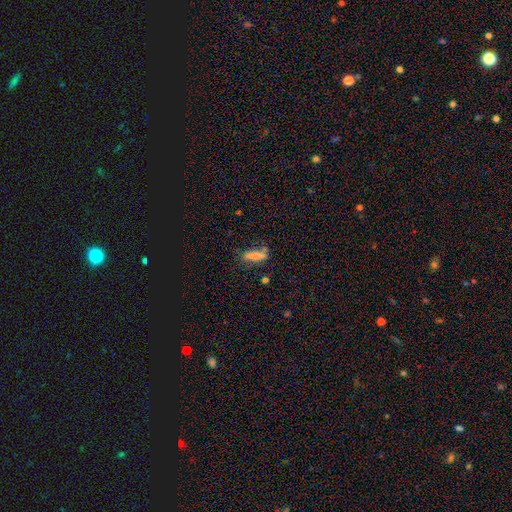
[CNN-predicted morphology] Smooth or featured: smooth — 71% (featured or disk — 19%)
How rounded: cigar-shaped — 51% (in between — 46%)
Merging: none — 58% (minor disturbance — 23%)